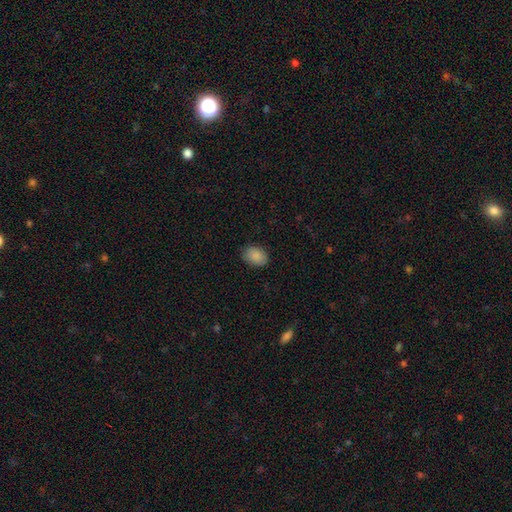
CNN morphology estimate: A smooth galaxy with no disk features (89%) that is in between round and cigar-shaped (74%).

Vote fractions:
- Smooth or featured? smooth: 89% / star or artifact: 7% / featured or disk: 4%
- How rounded? in between: 74% / round: 25% / cigar-shaped: 1%
- Merging? none: 85% / minor disturbance: 12% / major disturbance: 3% / merger: 1%